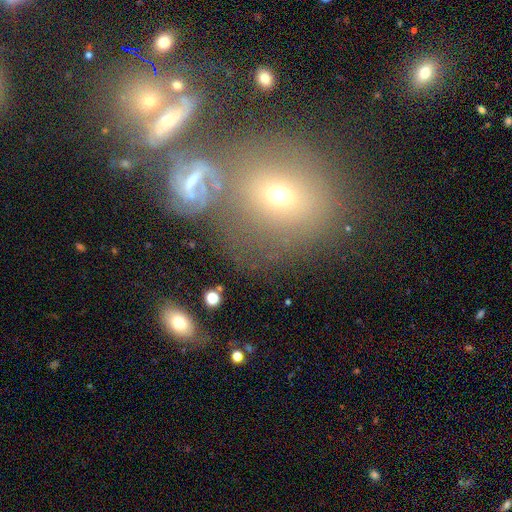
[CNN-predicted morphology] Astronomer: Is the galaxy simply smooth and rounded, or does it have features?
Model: smooth — 47% (runner-up: featured or disk, 28%).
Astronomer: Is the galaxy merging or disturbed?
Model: none — 54%.